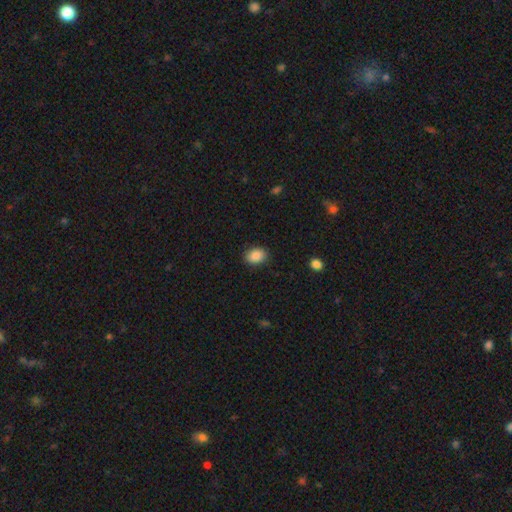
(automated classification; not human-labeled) Smooth or featured?
  - smooth: 88% *
  - star or artifact: 8%
  - featured or disk: 4%
How rounded?
  - in between: 72% *
  - round: 27%
  - cigar-shaped: 1%
Merging?
  - none: 88% *
  - minor disturbance: 9%
  - major disturbance: 2%
  - merger: 1%